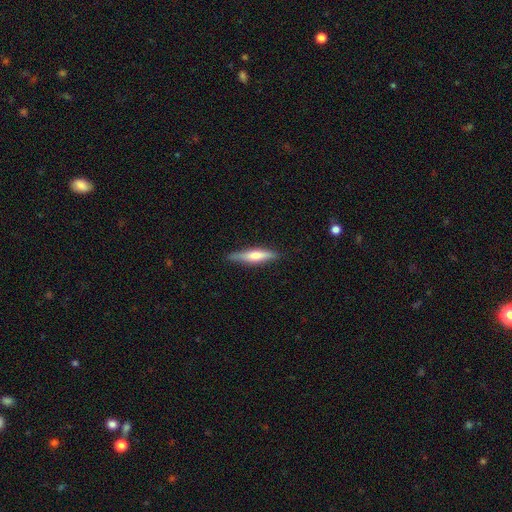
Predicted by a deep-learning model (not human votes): Smooth or featured? smooth (51%)
How rounded? cigar-shaped (81%)
Merging? none (85%)